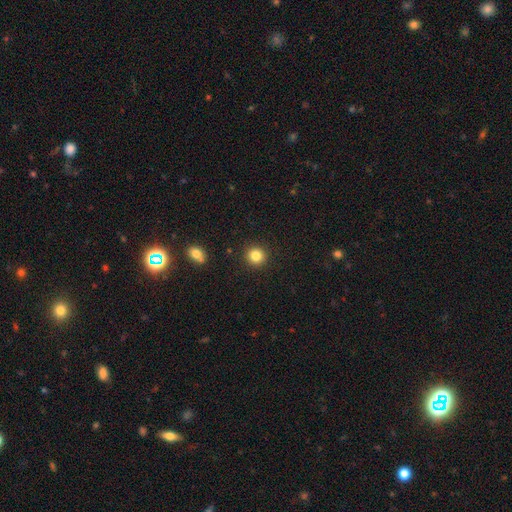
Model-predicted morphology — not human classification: Smooth or featured: smooth — 83% (star or artifact — 11%)
How rounded: round — 92% (in between — 7%)
Merging: none — 92% (minor disturbance — 5%)